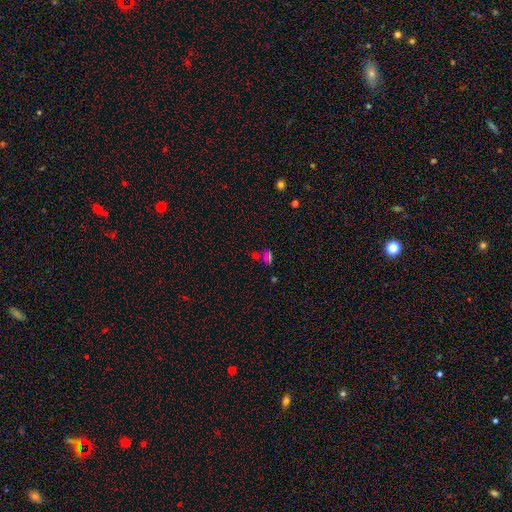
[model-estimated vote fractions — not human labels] A star or artifact, not a galaxy (46%).